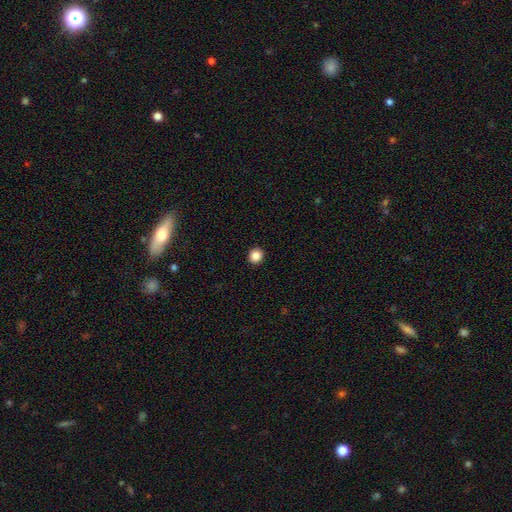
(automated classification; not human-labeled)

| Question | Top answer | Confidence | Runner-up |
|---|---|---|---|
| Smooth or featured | smooth | 87% | star or artifact (10%) |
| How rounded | round | 87% | in between (12%) |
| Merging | none | 93% | minor disturbance (4%) |